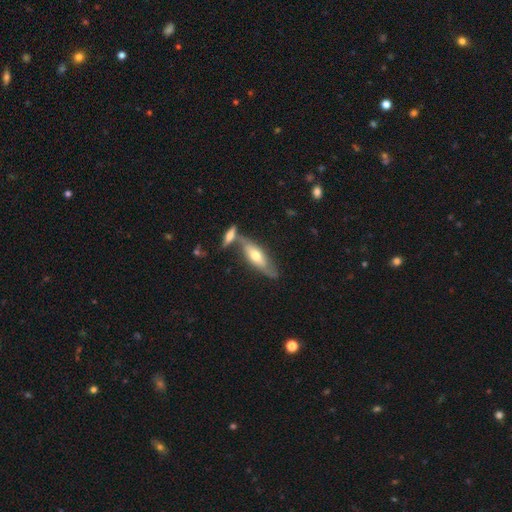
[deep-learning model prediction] This appears to be a featured or disk galaxy (52%) viewed edge-on (61%). Merging: none (55%).